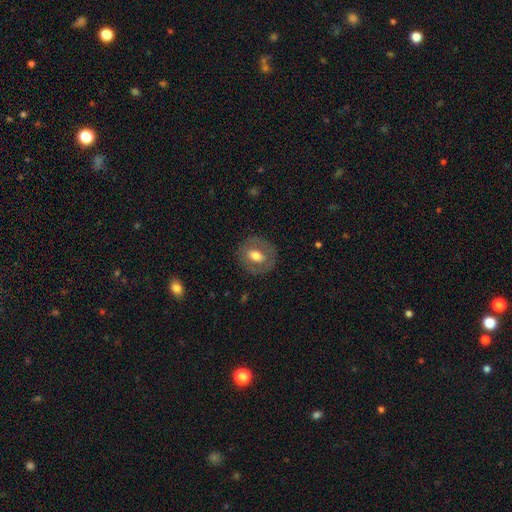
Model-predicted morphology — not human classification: smooth 53%, featured or disk 40%, star or artifact 7%. Down the decision tree: how rounded — round (59%); merging — none (82%).